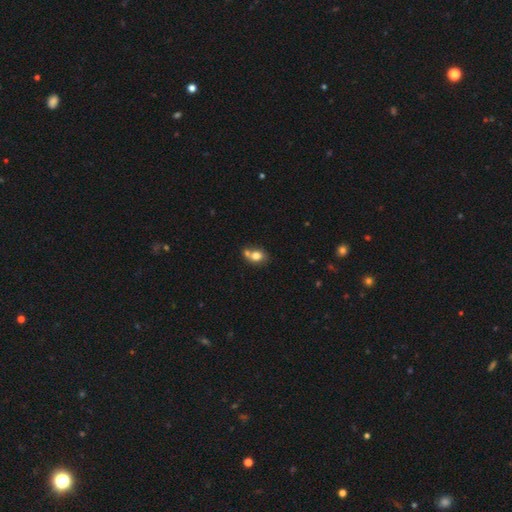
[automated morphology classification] Smooth or featured? Predicted: smooth (p=0.77). How rounded? Predicted: round (p=0.51). Merging? Predicted: merger (p=0.43).